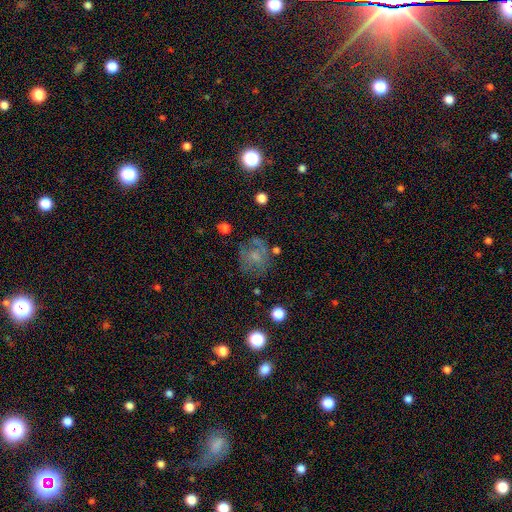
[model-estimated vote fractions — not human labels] Smooth or featured? Predicted: smooth (p=0.46). Merging? Predicted: none (p=0.59).